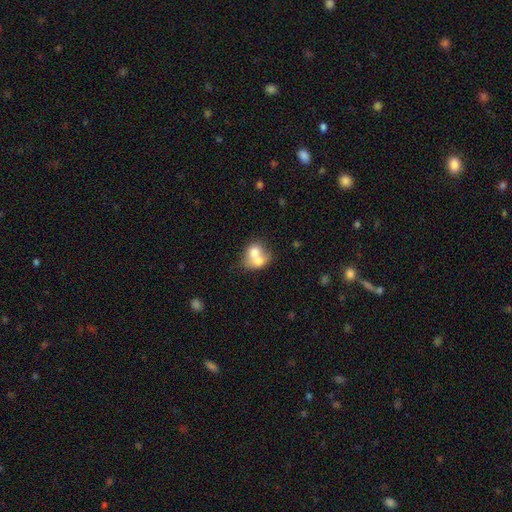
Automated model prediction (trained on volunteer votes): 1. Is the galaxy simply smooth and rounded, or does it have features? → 67% smooth, 25% featured or disk, 8% star or artifact.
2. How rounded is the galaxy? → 54% round, 45% in between, 1% cigar-shaped.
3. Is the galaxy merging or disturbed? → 72% merger, 18% none, 6% minor disturbance, 4% major disturbance.